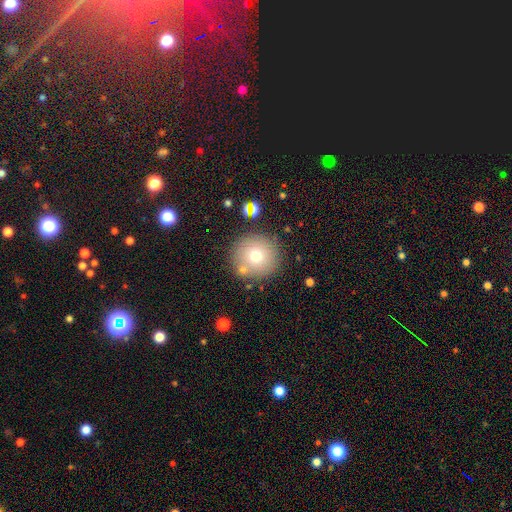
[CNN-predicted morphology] This appears to be a smooth galaxy with no disk features (70%) that is round (95%). Merging: none (83%).